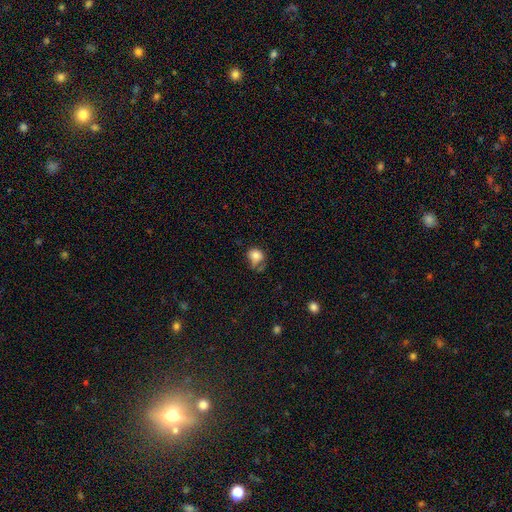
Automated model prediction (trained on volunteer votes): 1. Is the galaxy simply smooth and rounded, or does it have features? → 79% smooth, 10% star or artifact, 10% featured or disk.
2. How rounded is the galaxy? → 59% round, 40% in between, 1% cigar-shaped.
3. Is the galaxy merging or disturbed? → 39% none, 32% minor disturbance, 19% major disturbance, 10% merger.